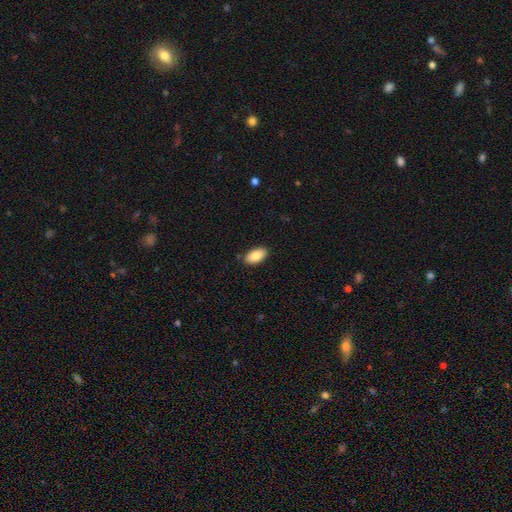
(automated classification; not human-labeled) Smooth or featured: smooth — 88% (star or artifact — 6%)
How rounded: in between — 94% (cigar-shaped — 3%)
Merging: none — 86% (minor disturbance — 10%)